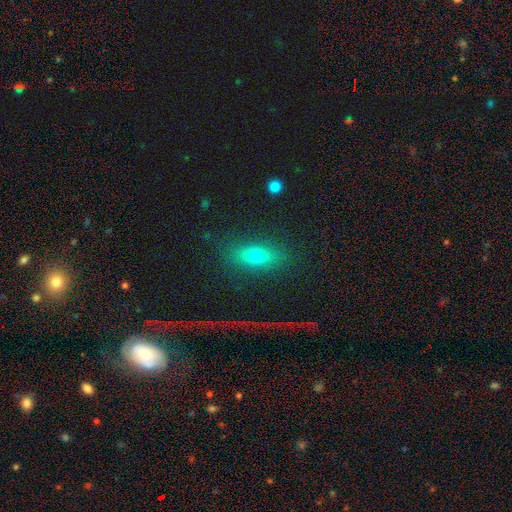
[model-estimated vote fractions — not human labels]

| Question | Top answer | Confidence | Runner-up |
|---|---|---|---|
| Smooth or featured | smooth | 65% | featured or disk (21%) |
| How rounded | in between | 64% | cigar-shaped (27%) |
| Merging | none | 82% | minor disturbance (10%) |